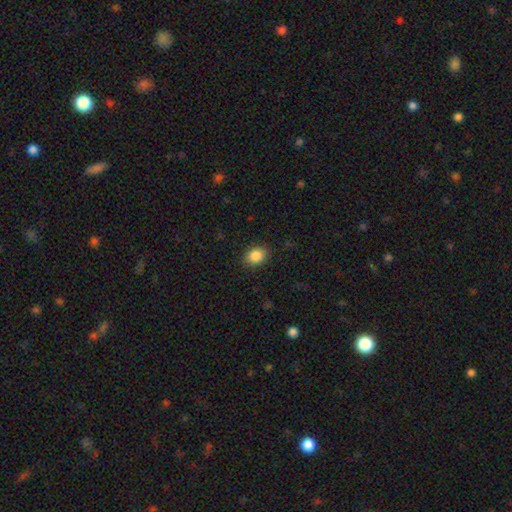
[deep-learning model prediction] This is clearly a smooth galaxy (87%). How rounded: possibly in between (58%). Merging: clearly none (88%).